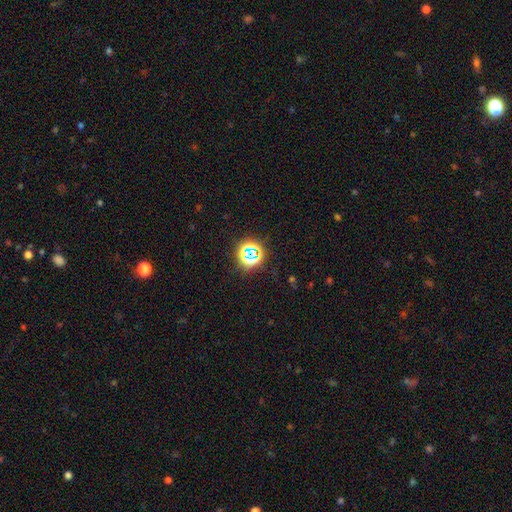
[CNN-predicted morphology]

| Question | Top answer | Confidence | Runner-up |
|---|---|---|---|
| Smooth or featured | star or artifact | 68% | smooth (23%) |